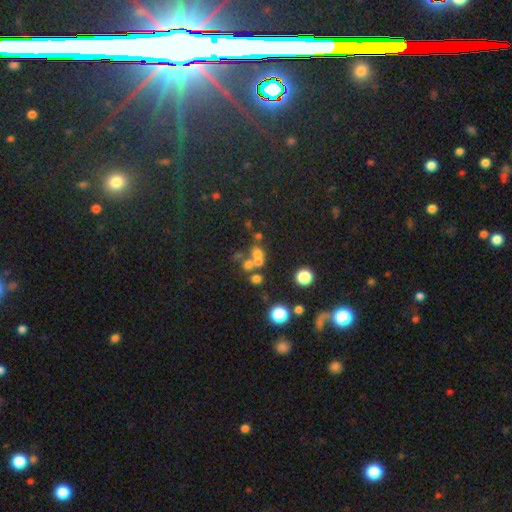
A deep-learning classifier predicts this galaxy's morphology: smooth_or_featured: smooth (p=0.48) [alt: star or artifact p=0.29]
merging: merger (p=0.47) [alt: none p=0.37]